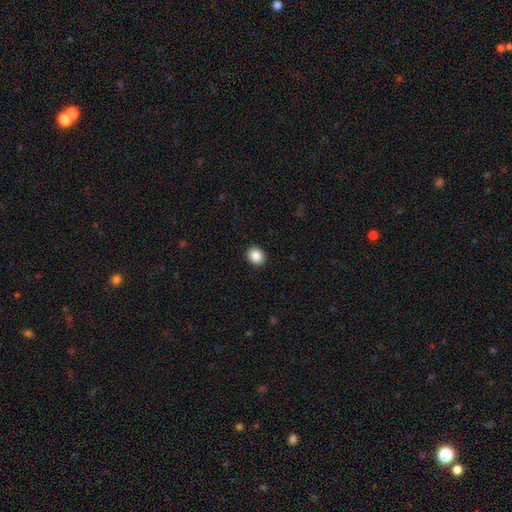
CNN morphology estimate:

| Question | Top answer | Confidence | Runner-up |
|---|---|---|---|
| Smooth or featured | smooth | 86% | star or artifact (9%) |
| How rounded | round | 72% | in between (27%) |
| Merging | none | 92% | minor disturbance (5%) |